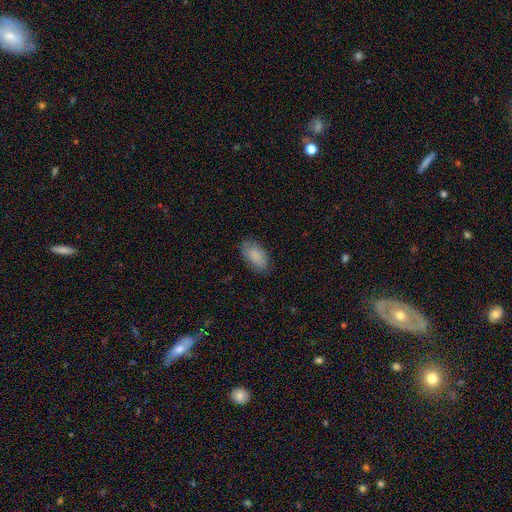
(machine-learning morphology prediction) A smooth galaxy with no disk features (83%) that is in between round and cigar-shaped (94%). Merging: none (77%).